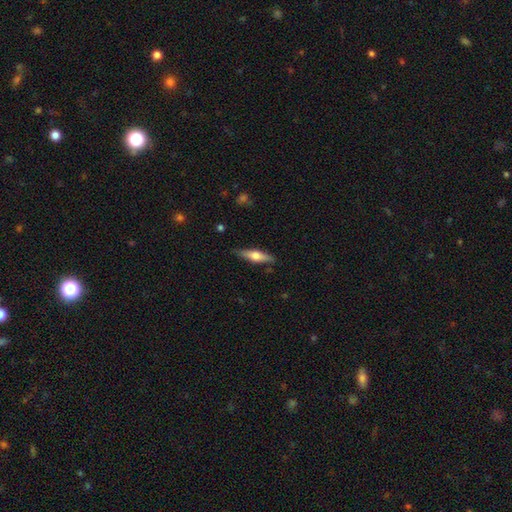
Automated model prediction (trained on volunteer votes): smooth 48%, featured or disk 47%, star or artifact 6%. Down the decision tree: merging — none (85%).